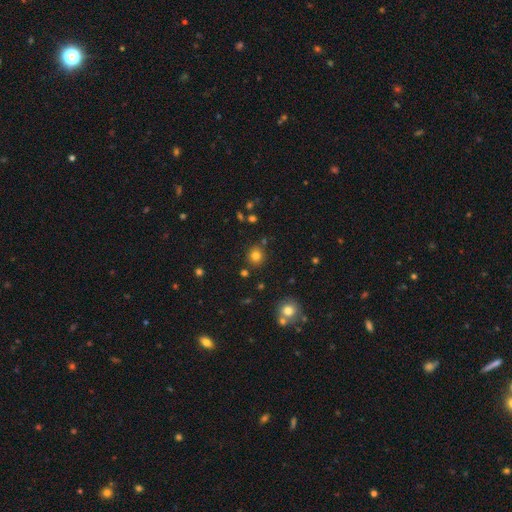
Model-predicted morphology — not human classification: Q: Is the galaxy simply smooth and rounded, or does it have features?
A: smooth — 79%.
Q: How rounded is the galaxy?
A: round — 89%.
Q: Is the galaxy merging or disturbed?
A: none — 84%.